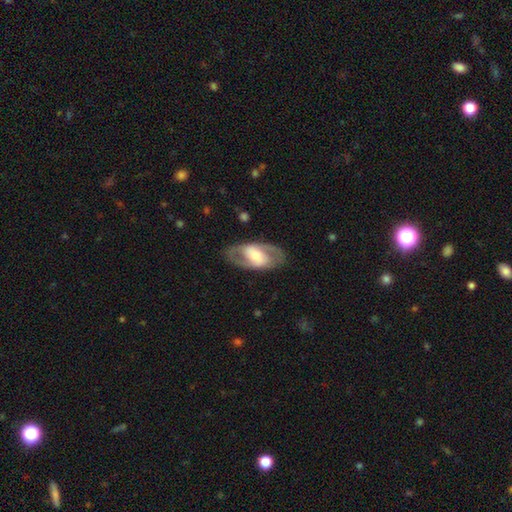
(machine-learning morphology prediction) Smooth or featured? Predicted: featured or disk (p=0.71). Edge-on disk? Predicted: no (p=0.92). Bar? Predicted: weak (p=0.36). Spiral arms? Predicted: yes (p=0.68). Bulge size? Predicted: moderate (p=0.54). Merging? Predicted: none (p=0.79).